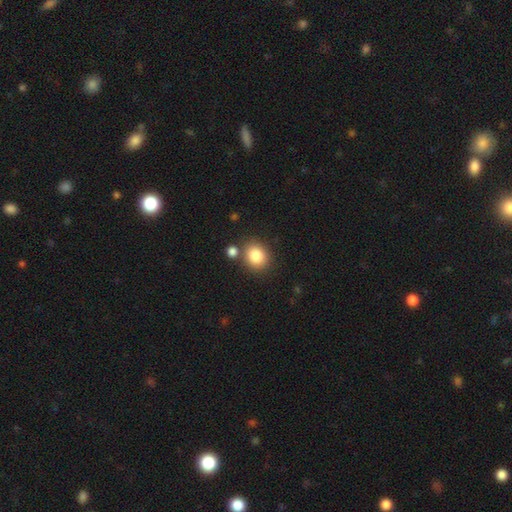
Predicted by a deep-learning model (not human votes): This is clearly a smooth galaxy (83%). How rounded: likely round (70%). Merging: likely none (74%).